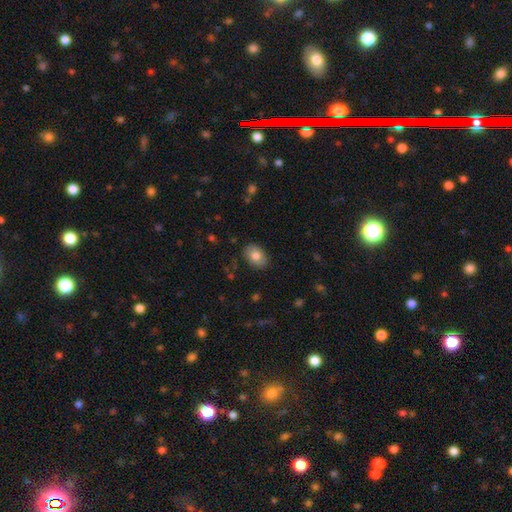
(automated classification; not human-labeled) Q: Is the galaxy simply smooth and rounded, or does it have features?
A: smooth — 81%.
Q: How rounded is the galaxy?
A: in between — 81%.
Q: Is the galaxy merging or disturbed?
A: none — 85%.